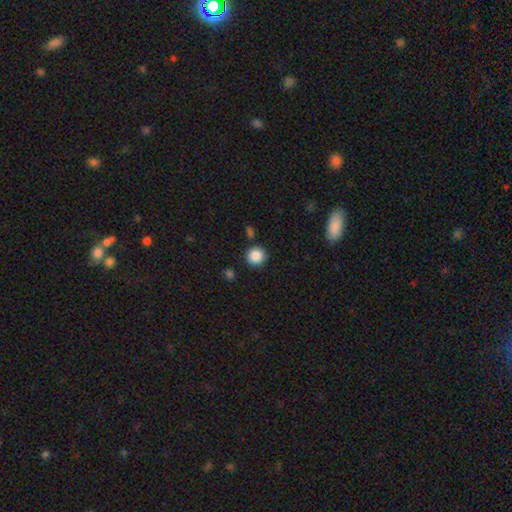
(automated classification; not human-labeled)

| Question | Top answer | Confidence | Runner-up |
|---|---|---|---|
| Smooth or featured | smooth | 87% | star or artifact (9%) |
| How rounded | round | 94% | in between (5%) |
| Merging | none | 88% | minor disturbance (7%) |